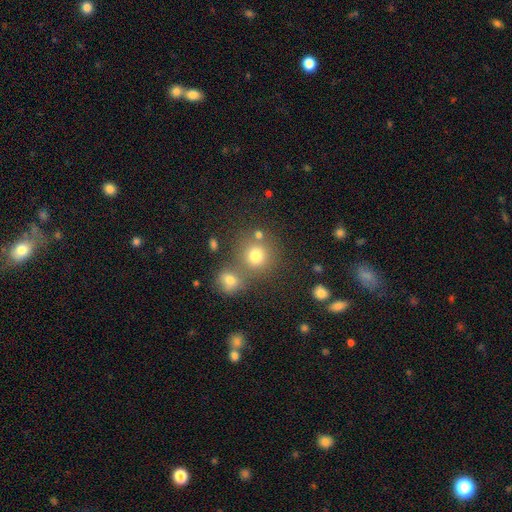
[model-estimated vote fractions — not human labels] smooth_or_featured: smooth (p=0.75) [alt: star or artifact p=0.16]
how_rounded: round (p=0.88) [alt: in between p=0.11]
merging: none (p=0.62) [alt: merger p=0.26]